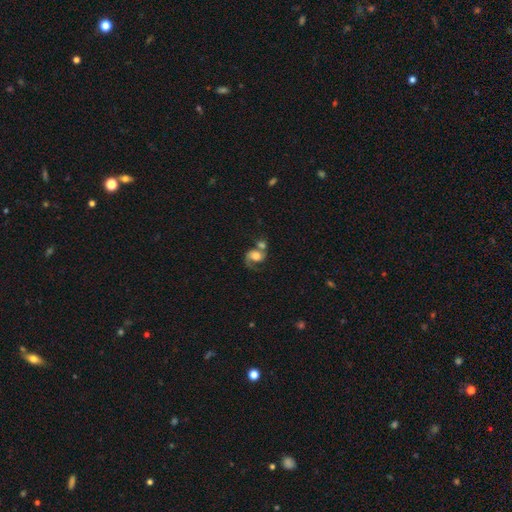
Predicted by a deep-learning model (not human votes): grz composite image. It shows a featured or disk galaxy (55%) with no bar (68%), spiral arms (85%) and a large central bulge (43%). Merging: merger (45%).